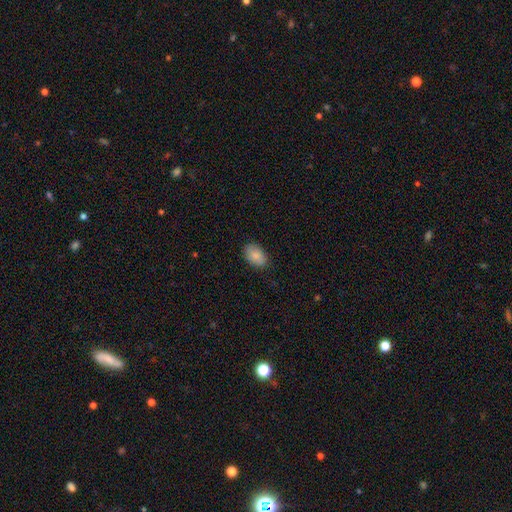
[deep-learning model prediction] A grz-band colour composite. It shows a smooth galaxy with no disk features (87%) that is in between round and cigar-shaped (90%). Merging: none (85%).